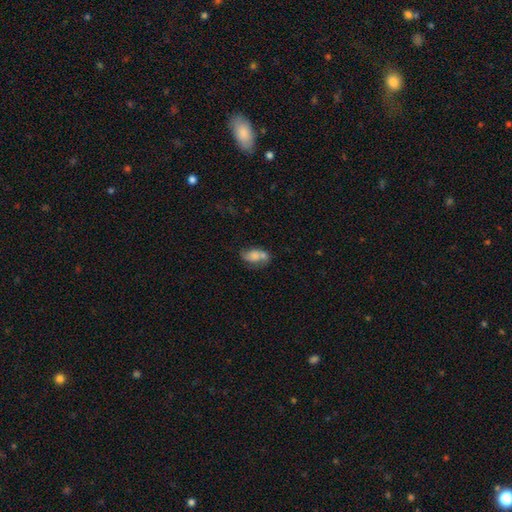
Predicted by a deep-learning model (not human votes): This is possibly a smooth galaxy (54%). How rounded: clearly in between (85%). Merging: marginally none (35%).